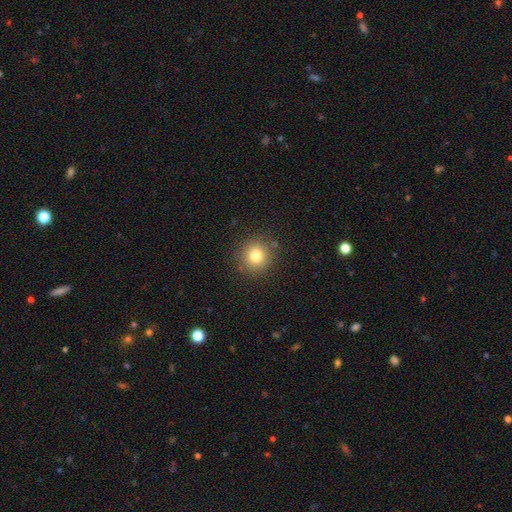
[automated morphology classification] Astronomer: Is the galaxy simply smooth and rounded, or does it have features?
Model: smooth — 79%.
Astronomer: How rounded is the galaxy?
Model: round — 92%.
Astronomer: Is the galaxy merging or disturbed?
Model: none — 88%.